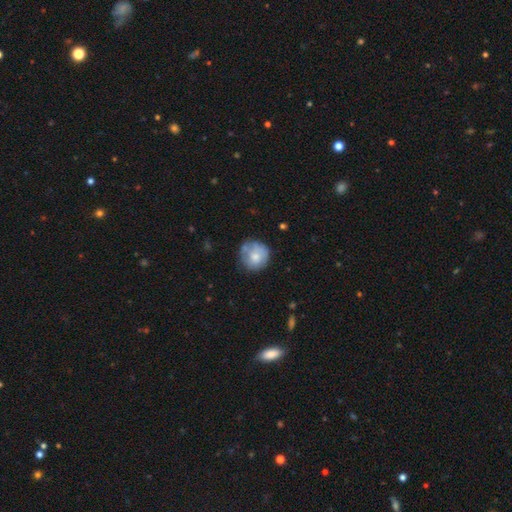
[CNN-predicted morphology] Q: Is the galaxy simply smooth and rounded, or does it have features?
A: smooth — 62%.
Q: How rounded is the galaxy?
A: round — 90%.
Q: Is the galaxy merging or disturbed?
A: none — 67%.